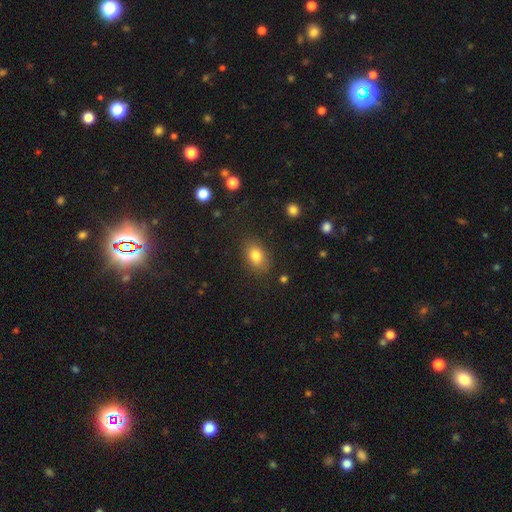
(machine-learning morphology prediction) A smooth galaxy with no disk features (81%) that is in between round and cigar-shaped (77%). Merging: none (82%).